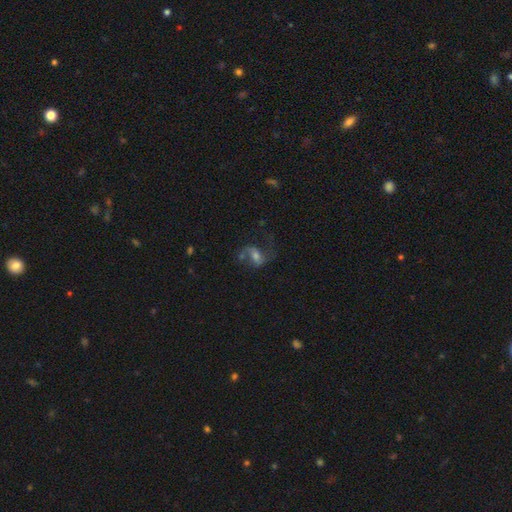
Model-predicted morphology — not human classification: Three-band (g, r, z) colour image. It shows a featured or disk galaxy (70%) with a weak bar (45%), 2 (83%) loose (60%) spiral arms (89%) and a moderate central bulge (50%). Merging: none (54%).